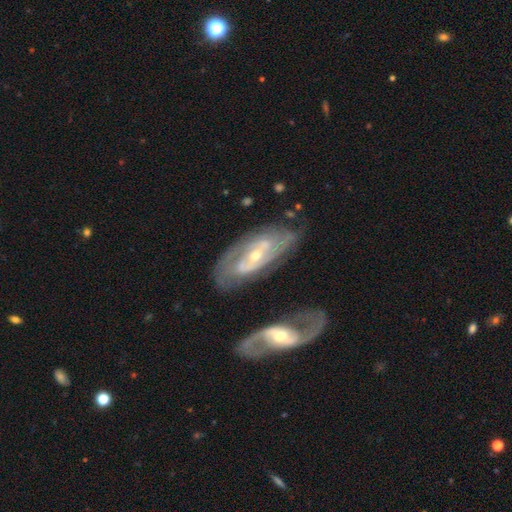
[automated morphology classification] This is clearly a featured or disk galaxy (83%). It is clearly not viewed edge-on (91%). Bar: marginally no (39%). Spiral arm pattern: clearly yes (86%). Spiral arm count: likely 2 (62%). Spiral winding: possibly tight (49%). Central bulge: possibly small (53%). Merging: likely none (66%).